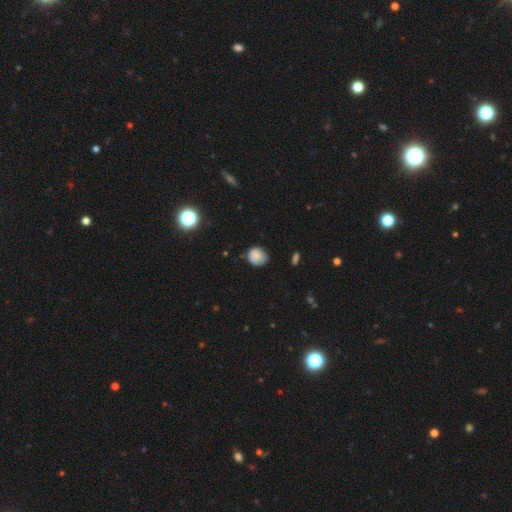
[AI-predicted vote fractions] Q: Smooth or featured?
A: smooth (79%); runner-up: featured or disk (11%)
Q: How rounded?
A: round (82%); runner-up: in between (17%)
Q: Merging?
A: none (64%); runner-up: minor disturbance (28%)